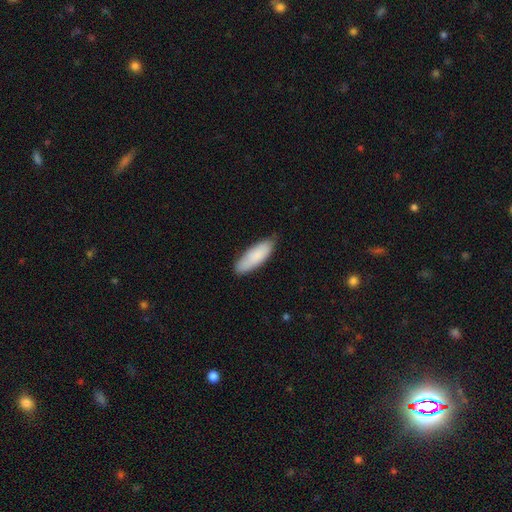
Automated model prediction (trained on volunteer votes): Smooth or featured?
  - smooth: 86% *
  - featured or disk: 9%
  - star or artifact: 5%
How rounded?
  - in between: 62% *
  - cigar-shaped: 37%
  - round: 1%
Merging?
  - none: 77% *
  - minor disturbance: 19%
  - major disturbance: 2%
  - merger: 1%